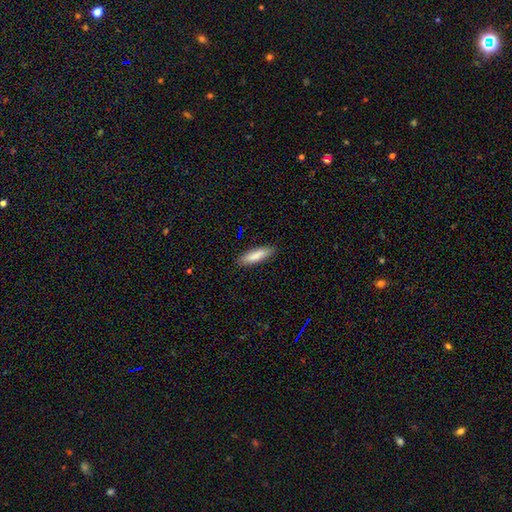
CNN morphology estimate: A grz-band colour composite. It shows a smooth galaxy with no disk features (83%) that is cigar-shaped (59%). Merging: none (88%).